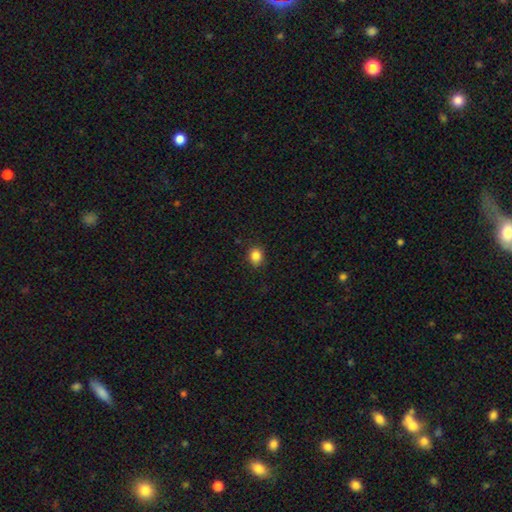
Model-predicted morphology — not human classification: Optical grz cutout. It shows a smooth galaxy with no disk features (85%) that is round (67%). Merging: none (87%).